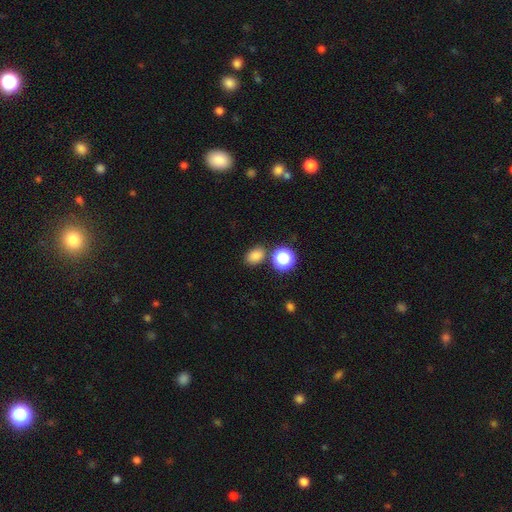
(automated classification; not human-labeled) Q: Smooth or featured?
A: smooth (79%); runner-up: star or artifact (16%)
Q: How rounded?
A: in between (66%); runner-up: round (33%)
Q: Merging?
A: none (78%); runner-up: minor disturbance (11%)